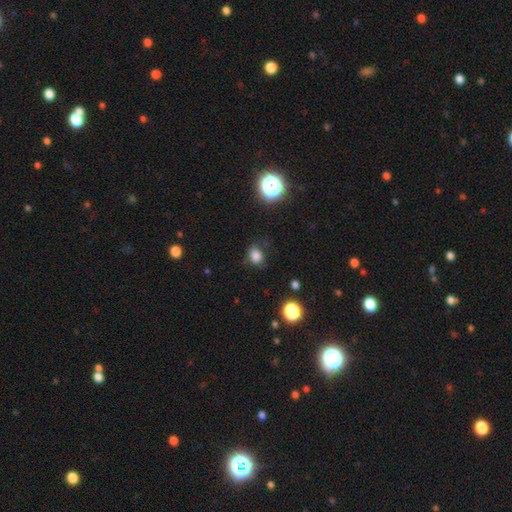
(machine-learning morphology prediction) Overall: smooth (80%). How rounded: in between (53%; round 45%). Merging: none (73%).